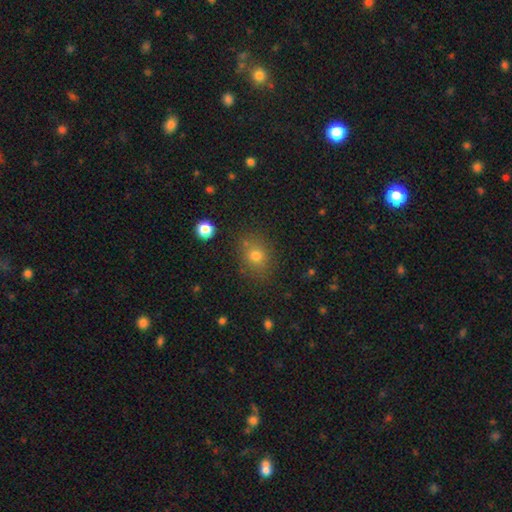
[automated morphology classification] type=smooth (75%); roundness=round (59%); merging=none (78%).